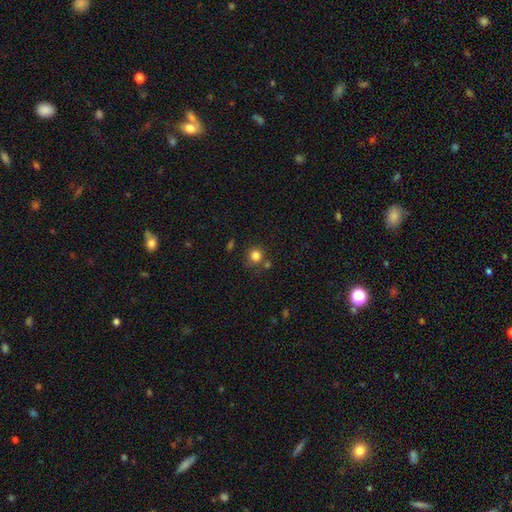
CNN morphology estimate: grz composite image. It shows a smooth galaxy with no disk features (82%) that is round (87%). Merging: none (72%).